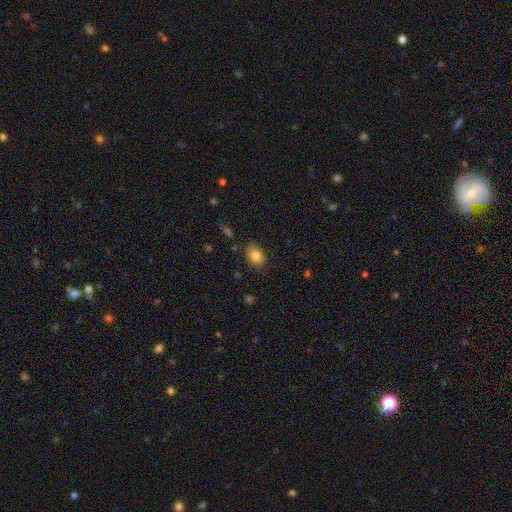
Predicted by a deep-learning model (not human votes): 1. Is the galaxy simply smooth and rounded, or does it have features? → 81% smooth, 10% featured or disk, 9% star or artifact.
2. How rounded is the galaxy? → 76% in between, 22% round, 1% cigar-shaped.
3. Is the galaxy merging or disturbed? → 79% none, 17% minor disturbance, 3% major disturbance, 1% merger.